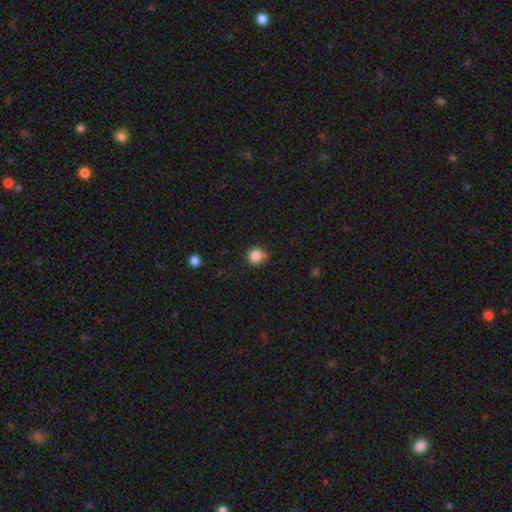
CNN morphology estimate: type=smooth (85%); roundness=round (87%); merging=none (70%).